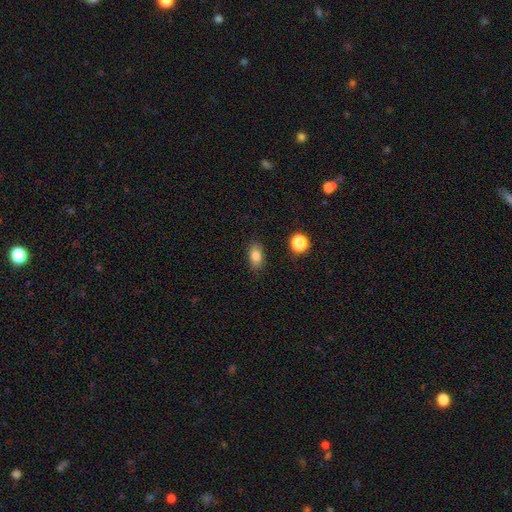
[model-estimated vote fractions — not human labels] A smooth galaxy with no disk features (81%) that is in between round and cigar-shaped (84%). Merging: none (85%).